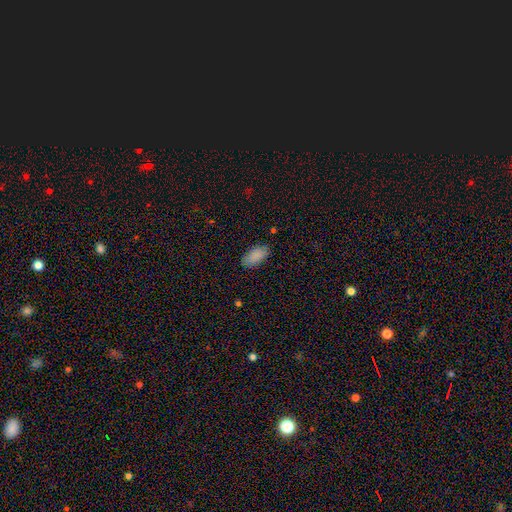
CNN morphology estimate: Smooth or featured? smooth (88%)
How rounded? in between (92%)
Merging? none (85%)